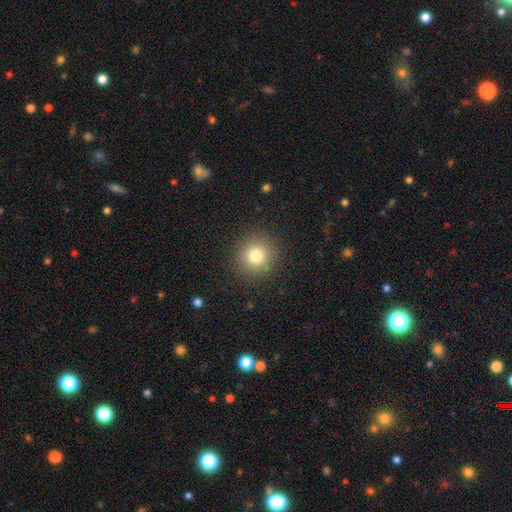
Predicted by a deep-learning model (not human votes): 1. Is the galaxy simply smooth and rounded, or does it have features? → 79% smooth, 13% star or artifact, 8% featured or disk.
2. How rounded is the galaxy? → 93% round, 6% in between, 1% cigar-shaped.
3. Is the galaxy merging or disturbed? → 90% none, 6% minor disturbance, 3% major disturbance, 1% merger.